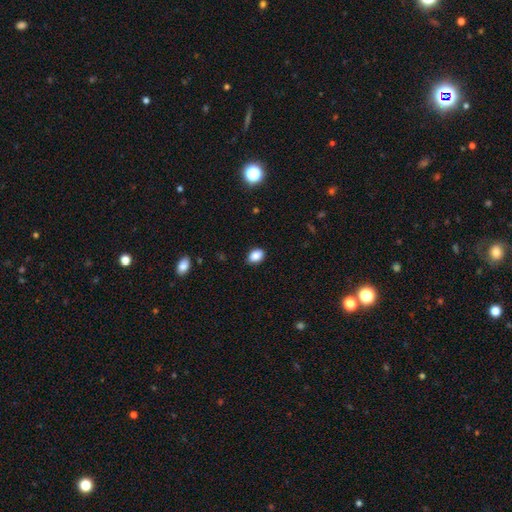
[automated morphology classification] type=smooth (87%); roundness=in between (77%); merging=none (86%).